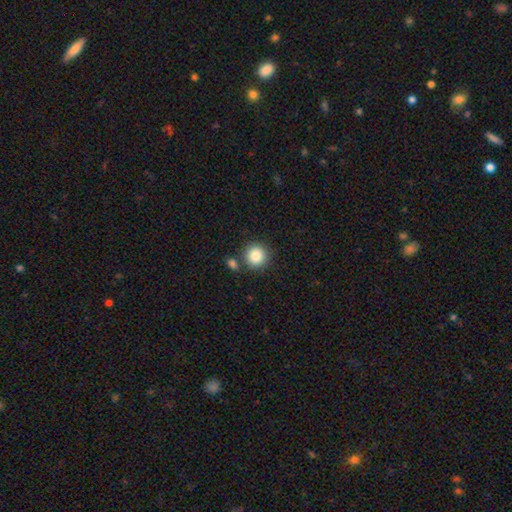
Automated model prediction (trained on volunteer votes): smooth_or_featured: smooth (p=0.86) [alt: star or artifact p=0.09]
how_rounded: round (p=0.93) [alt: in between p=0.06]
merging: none (p=0.77) [alt: merger p=0.12]